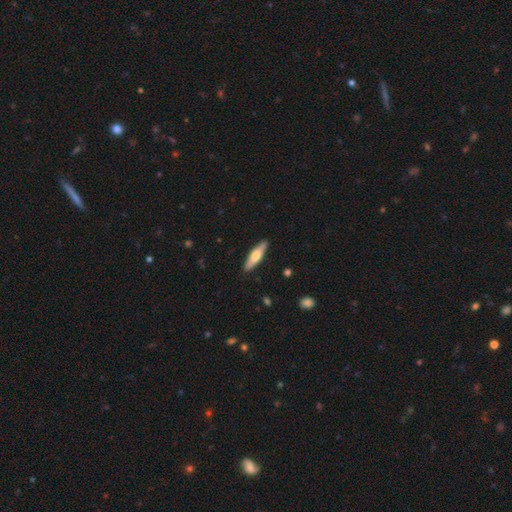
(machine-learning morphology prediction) Smooth or featured? smooth (57%)
How rounded? cigar-shaped (71%)
Merging? none (89%)